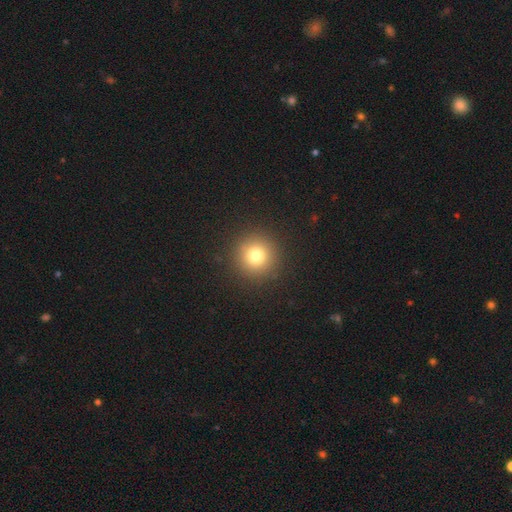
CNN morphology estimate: Smooth or featured? Predicted: smooth (p=0.77). How rounded? Predicted: round (p=0.95). Merging? Predicted: none (p=0.92).